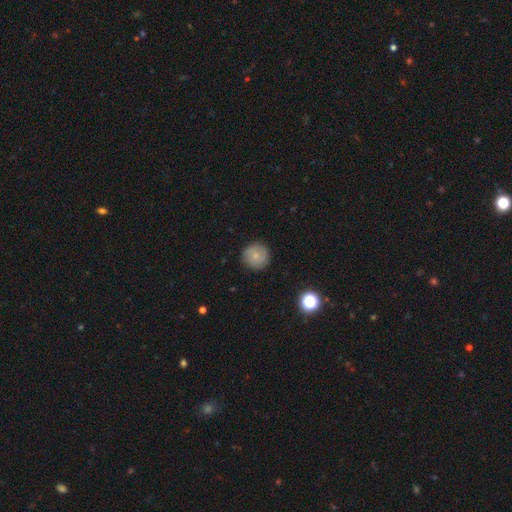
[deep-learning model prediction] Smooth or featured? Predicted: smooth (p=0.69). How rounded? Predicted: round (p=0.95). Merging? Predicted: none (p=0.88).